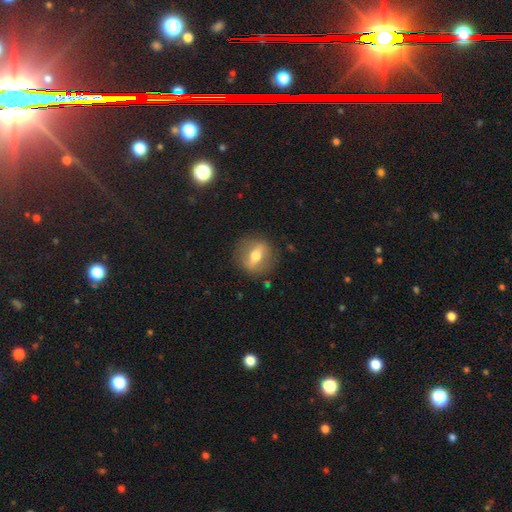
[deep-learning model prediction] The model was most divided on "smooth or featured": featured or disk: 52%, smooth: 40%, star or artifact: 8%. More confident: merging — none (84%); edge-on disk — no (64%).